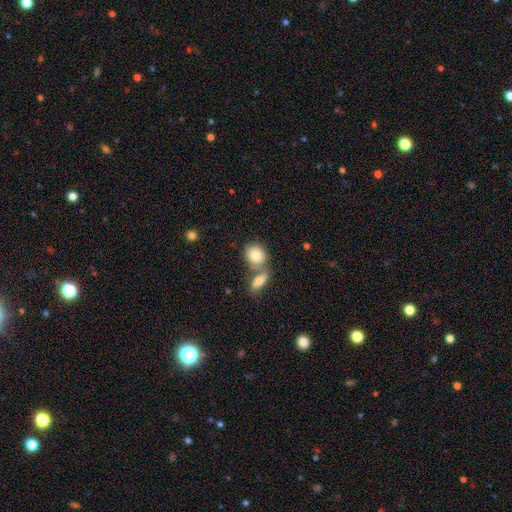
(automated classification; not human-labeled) smooth-or-featured: smooth: 81% | featured or disk: 12% | star or artifact: 7%
  how-rounded: round: 52% | in between: 45% | cigar-shaped: 2%
  merging: merger: 46% | none: 42% | minor disturbance: 9% | major disturbance: 3%